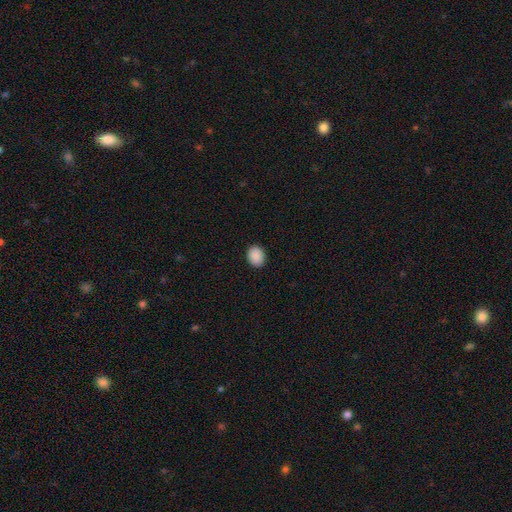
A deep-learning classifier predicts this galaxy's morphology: The model was most divided on "how rounded": in between: 58%, round: 41%, cigar-shaped: 1%. More confident: merging — none (91%); smooth or featured — smooth (90%).